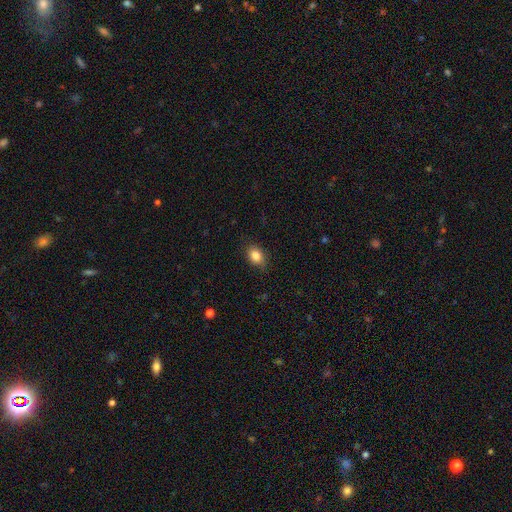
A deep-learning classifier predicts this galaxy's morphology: Q: Smooth or featured?
A: smooth (85%); runner-up: star or artifact (9%)
Q: How rounded?
A: in between (69%); runner-up: round (30%)
Q: Merging?
A: none (84%); runner-up: minor disturbance (12%)